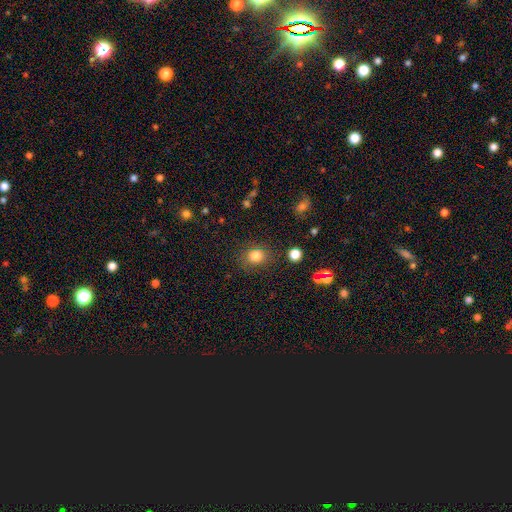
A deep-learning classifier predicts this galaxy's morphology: Smooth or featured: smooth — 82% (star or artifact — 12%)
How rounded: round — 67% (in between — 32%)
Merging: none — 83% (minor disturbance — 11%)